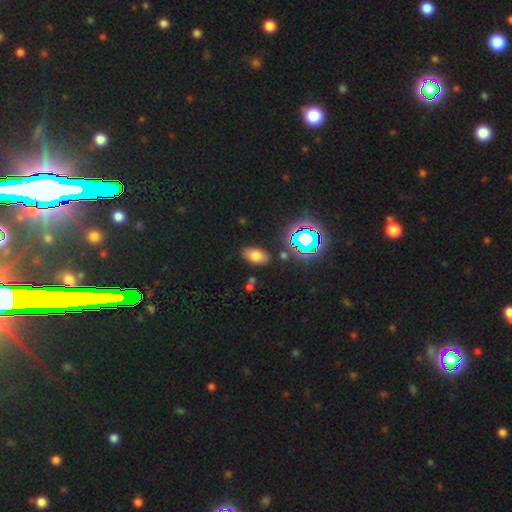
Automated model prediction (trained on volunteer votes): Smooth or featured?
  - smooth: 66% *
  - star or artifact: 23%
  - featured or disk: 11%
How rounded?
  - in between: 90% *
  - round: 8%
  - cigar-shaped: 2%
Merging?
  - none: 83% *
  - minor disturbance: 11%
  - merger: 4%
  - major disturbance: 3%